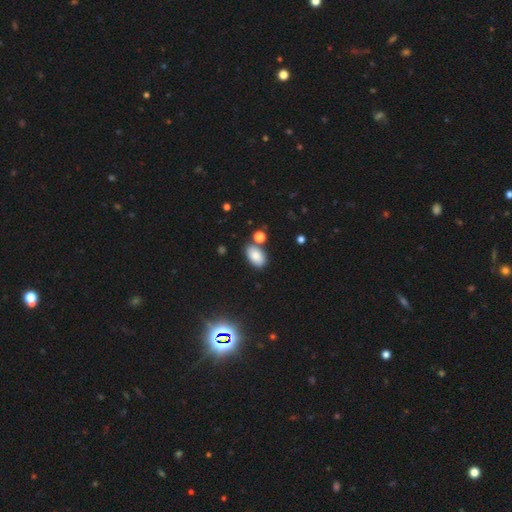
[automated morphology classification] smooth 84%, star or artifact 9%, featured or disk 7%. Down the decision tree: how rounded — in between (92%); merging — none (73%).